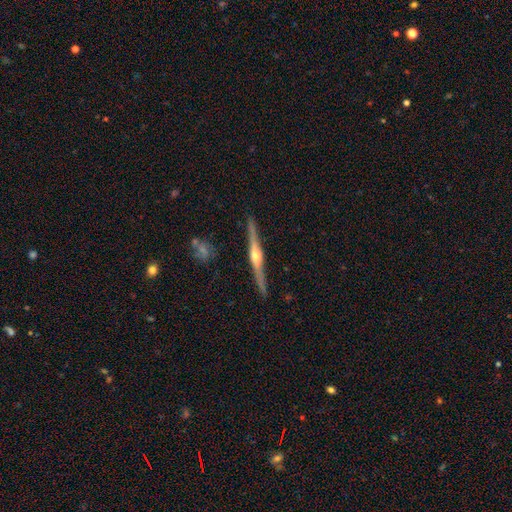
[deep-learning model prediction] Smooth or featured?
  - featured or disk: 82% *
  - smooth: 13%
  - star or artifact: 5%
Edge-on disk?
  - yes: 98% *
  - no: 2%
Edge-on bulge?
  - rounded: 91% *
  - boxy: 5%
  - none: 4%
Merging?
  - none: 90% *
  - minor disturbance: 8%
  - major disturbance: 2%
  - merger: 1%